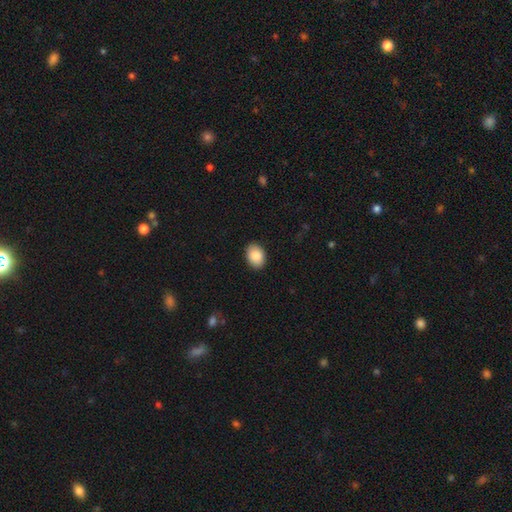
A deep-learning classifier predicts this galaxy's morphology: Smooth or featured? smooth (88%)
How rounded? in between (77%)
Merging? none (90%)